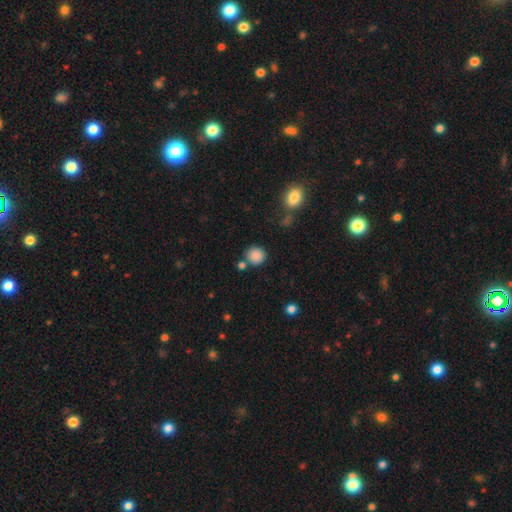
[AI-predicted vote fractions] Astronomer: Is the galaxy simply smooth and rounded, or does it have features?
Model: smooth — 86%.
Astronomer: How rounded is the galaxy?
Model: round — 89%.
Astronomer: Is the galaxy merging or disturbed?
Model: none — 75%.